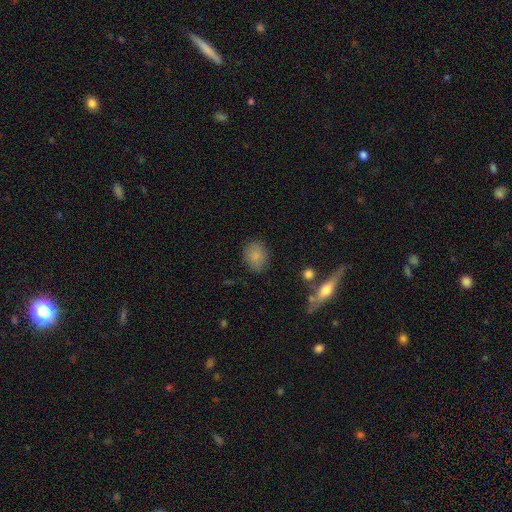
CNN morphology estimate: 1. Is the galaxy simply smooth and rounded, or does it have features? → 84% smooth, 9% star or artifact, 7% featured or disk.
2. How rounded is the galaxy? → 53% in between, 45% round, 1% cigar-shaped.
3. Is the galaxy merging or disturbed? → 82% none, 12% minor disturbance, 4% major disturbance, 2% merger.